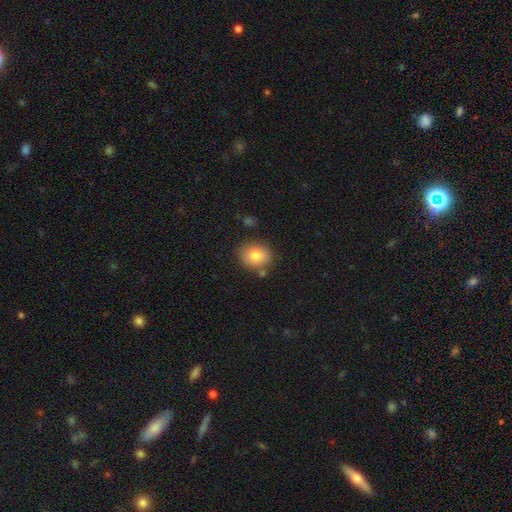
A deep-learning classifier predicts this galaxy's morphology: smooth_or_featured: smooth (p=0.82) [alt: featured or disk p=0.10]
how_rounded: round (p=0.63) [alt: in between p=0.36]
merging: none (p=0.78) [alt: minor disturbance p=0.13]